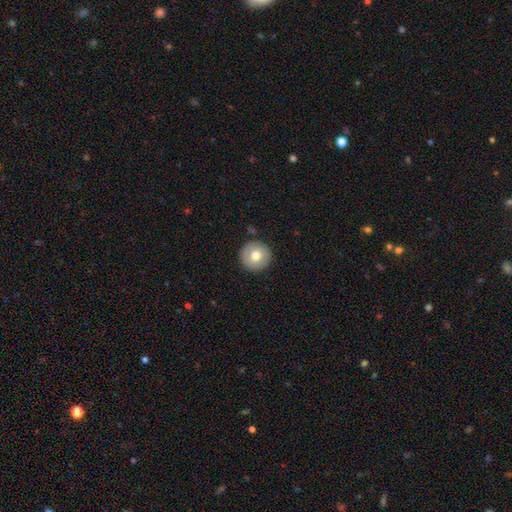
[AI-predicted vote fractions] A smooth galaxy with no disk features (71%) that is round (96%).

Vote fractions:
- Smooth or featured? smooth: 71% / featured or disk: 21% / star or artifact: 8%
- How rounded? round: 96% / in between: 3% / cigar-shaped: 1%
- Merging? none: 91% / minor disturbance: 6% / major disturbance: 2% / merger: 1%